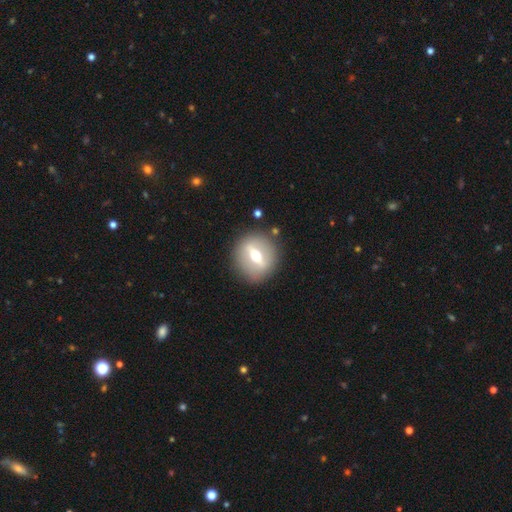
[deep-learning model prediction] Q: Smooth or featured?
A: featured or disk (65%); runner-up: smooth (28%)
Q: Edge-on disk?
A: no (60%); runner-up: yes (40%)
Q: Merging?
A: none (87%); runner-up: minor disturbance (8%)